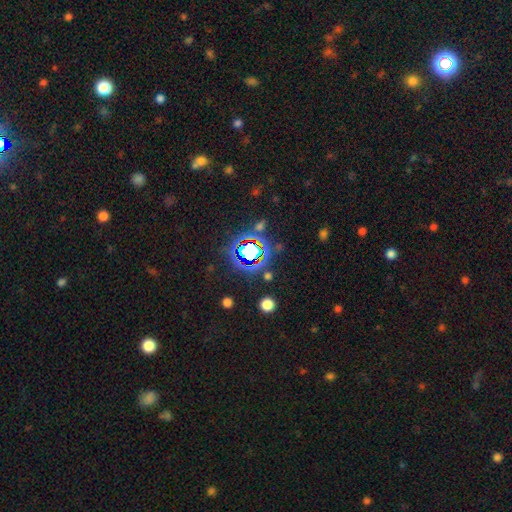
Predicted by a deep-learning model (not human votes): star or artifact 80%, smooth 13%, featured or disk 8%.